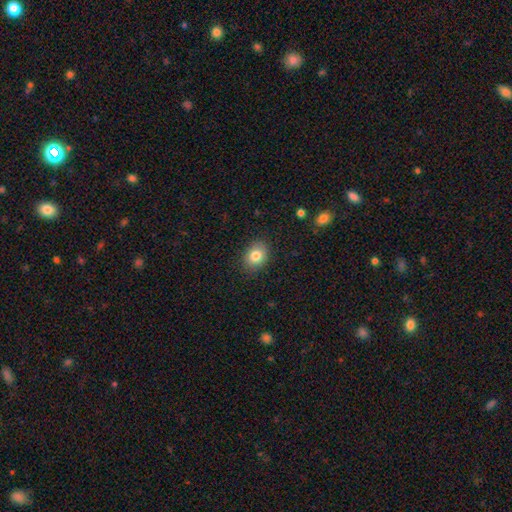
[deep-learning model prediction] Smooth or featured: smooth — 83% (star or artifact — 9%)
How rounded: in between — 57% (round — 42%)
Merging: none — 88% (minor disturbance — 9%)